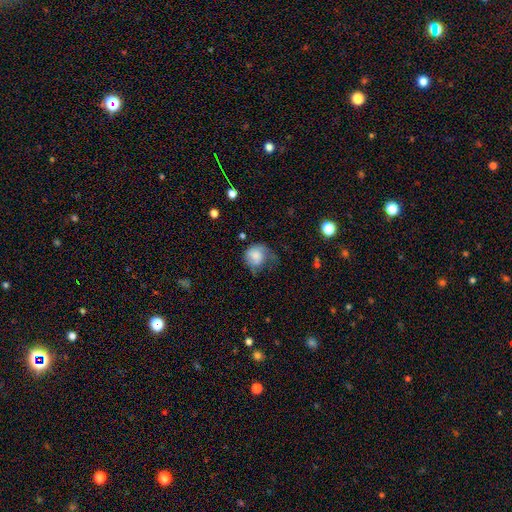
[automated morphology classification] A smooth galaxy with no disk features (71%) that is round (74%).

Vote fractions:
- Smooth or featured? smooth: 71% / featured or disk: 21% / star or artifact: 8%
- How rounded? round: 74% / in between: 25% / cigar-shaped: 1%
- Merging? major disturbance: 34% / none: 32% / minor disturbance: 32% / merger: 3%